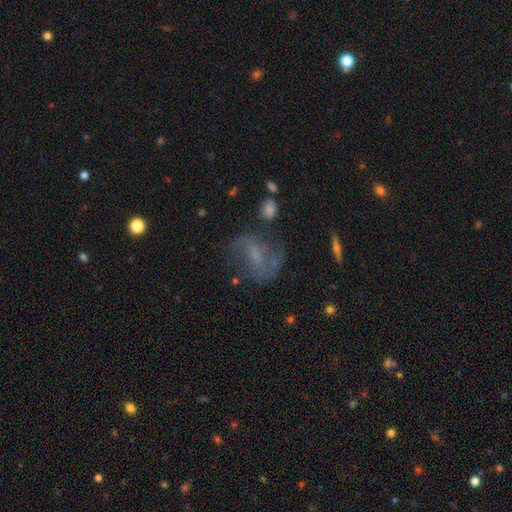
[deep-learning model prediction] smooth-or-featured: featured or disk: 60% | smooth: 25% | star or artifact: 15%
  disk-edge-on: no: 96% | yes: 4%
    bar: weak: 47% | no: 34% | strong: 19%
    has-spiral-arms: yes: 77% | no: 23%
    bulge-size: small: 44% | none: 31% | moderate: 20% | large: 3% | dominant: 1%
  merging: none: 56% | minor disturbance: 20% | major disturbance: 19% | merger: 5%